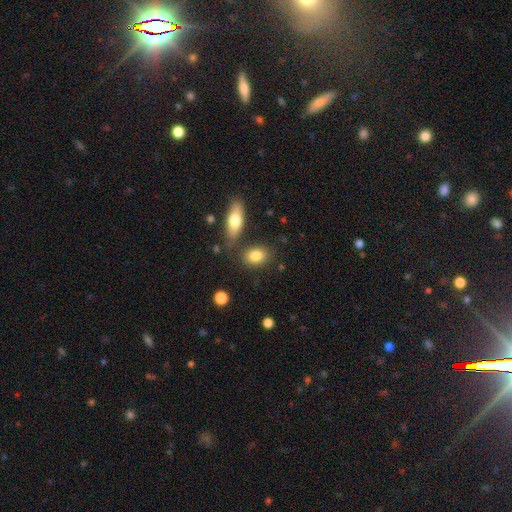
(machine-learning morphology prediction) A smooth galaxy with no disk features (83%) that is in between round and cigar-shaped (79%). Merging: none (75%).